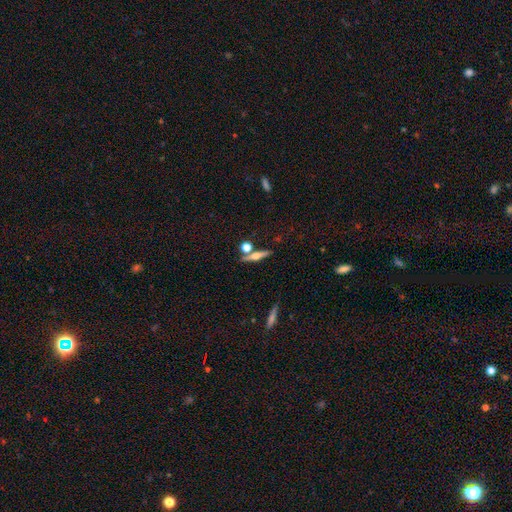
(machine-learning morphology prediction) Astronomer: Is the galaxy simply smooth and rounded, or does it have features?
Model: featured or disk — 59%.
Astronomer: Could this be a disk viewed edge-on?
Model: yes — 94%.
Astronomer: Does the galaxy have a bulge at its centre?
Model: rounded — 91%.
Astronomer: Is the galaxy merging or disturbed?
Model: none — 75%.